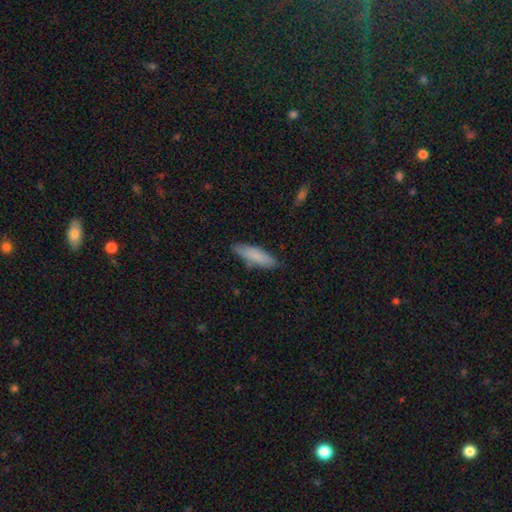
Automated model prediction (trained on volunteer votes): Smooth or featured?
  - smooth: 82% *
  - featured or disk: 12%
  - star or artifact: 6%
How rounded?
  - cigar-shaped: 53% *
  - in between: 45%
  - round: 2%
Merging?
  - none: 80% *
  - minor disturbance: 16%
  - major disturbance: 3%
  - merger: 2%